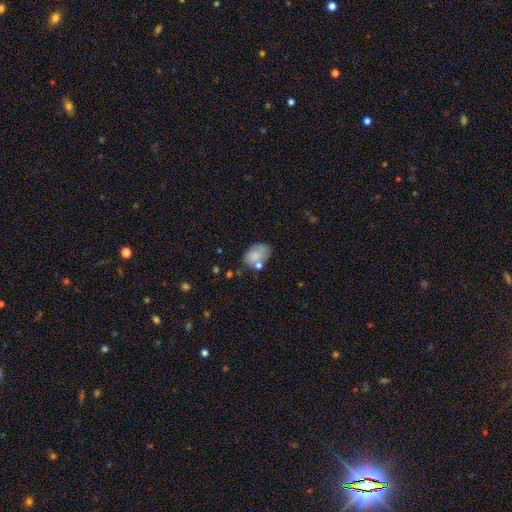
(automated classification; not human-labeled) This is likely a smooth galaxy (74%). How rounded: clearly in between (85%). Merging: possibly none (47%).